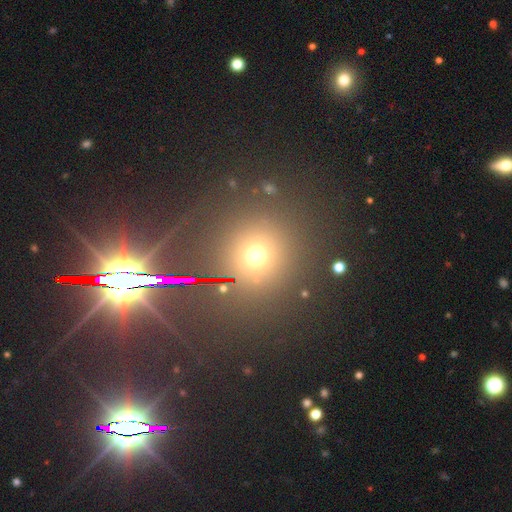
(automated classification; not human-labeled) This is possibly a smooth galaxy (57%). How rounded: clearly round (88%). Merging: clearly none (85%).